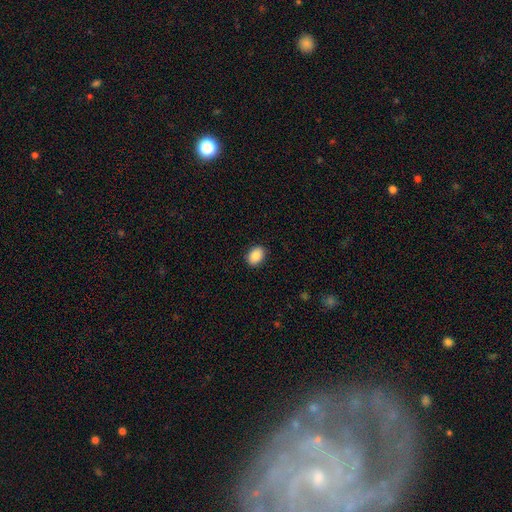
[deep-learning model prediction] A smooth galaxy with no disk features (87%) that is in between round and cigar-shaped (73%).

Vote fractions:
- Smooth or featured? smooth: 87% / star or artifact: 8% / featured or disk: 5%
- How rounded? in between: 73% / round: 26% / cigar-shaped: 1%
- Merging? none: 89% / minor disturbance: 8% / major disturbance: 2% / merger: 1%